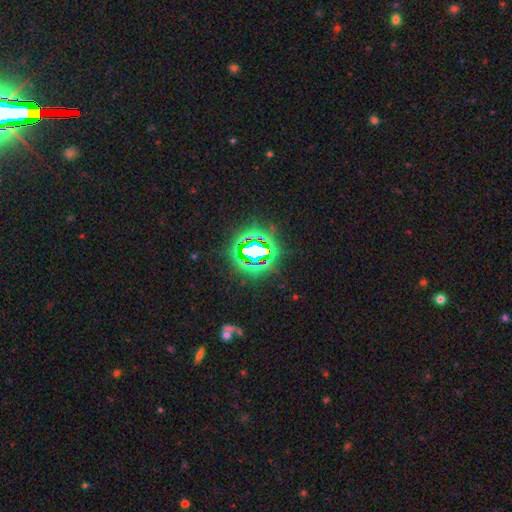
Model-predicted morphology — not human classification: This is likely a star or artifact rather than a galaxy (74%).